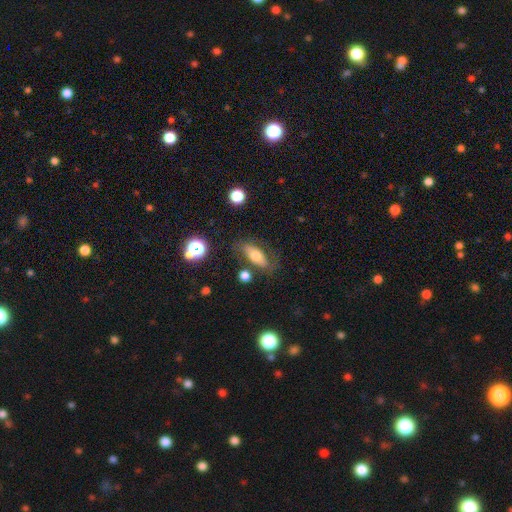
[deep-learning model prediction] Morphology: type=smooth (62%); roundness=in between (79%); merging=none (67%).